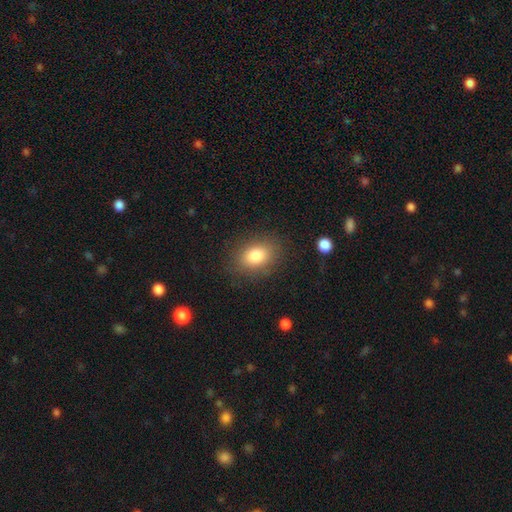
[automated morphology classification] smooth-or-featured: smooth: 82% | star or artifact: 9% | featured or disk: 9%
  how-rounded: in between: 74% | round: 25% | cigar-shaped: 1%
  merging: none: 83% | minor disturbance: 11% | major disturbance: 4% | merger: 1%